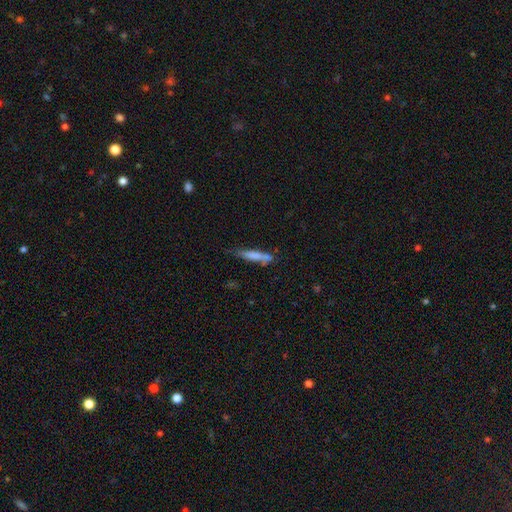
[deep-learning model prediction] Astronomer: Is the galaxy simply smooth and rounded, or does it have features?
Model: smooth — 71%.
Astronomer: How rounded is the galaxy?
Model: cigar-shaped — 86%.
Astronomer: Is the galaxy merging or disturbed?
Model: none — 56%.